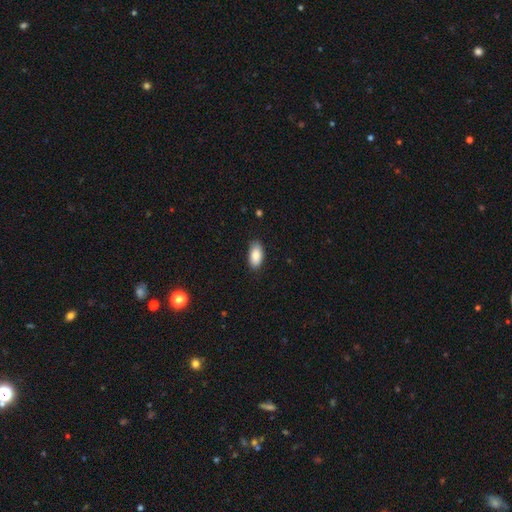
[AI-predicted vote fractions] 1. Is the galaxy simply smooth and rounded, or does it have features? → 88% smooth, 7% star or artifact, 5% featured or disk.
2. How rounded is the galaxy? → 93% in between, 4% cigar-shaped, 3% round.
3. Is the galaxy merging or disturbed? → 82% none, 14% minor disturbance, 2% major disturbance, 1% merger.